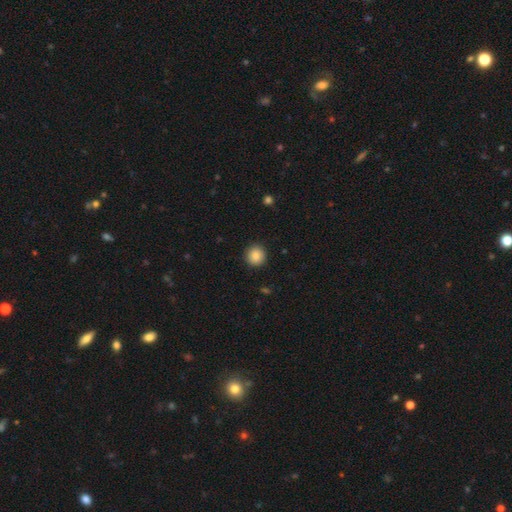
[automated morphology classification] Q: Smooth or featured?
A: smooth (87%); runner-up: star or artifact (9%)
Q: How rounded?
A: round (93%); runner-up: in between (6%)
Q: Merging?
A: none (92%); runner-up: minor disturbance (5%)